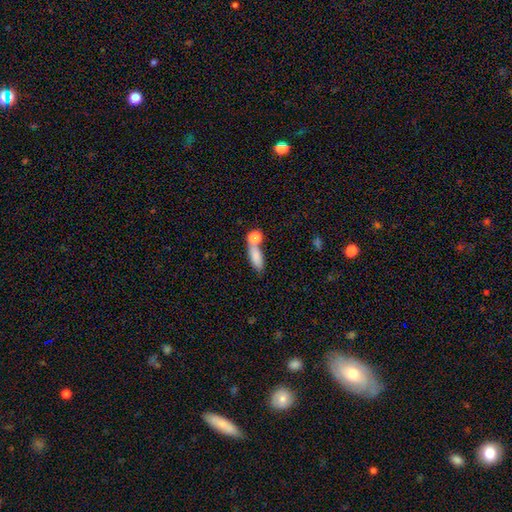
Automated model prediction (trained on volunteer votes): Smooth or featured?
  - smooth: 82% *
  - featured or disk: 10%
  - star or artifact: 8%
How rounded?
  - in between: 62% *
  - cigar-shaped: 32%
  - round: 7%
Merging?
  - none: 48% *
  - merger: 34%
  - minor disturbance: 12%
  - major disturbance: 6%